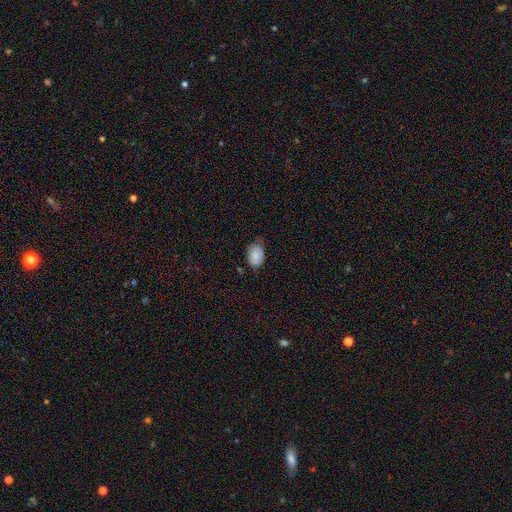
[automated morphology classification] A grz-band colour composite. It shows a smooth galaxy with no disk features (84%) that is in between round and cigar-shaped (81%). Merging: none (65%).